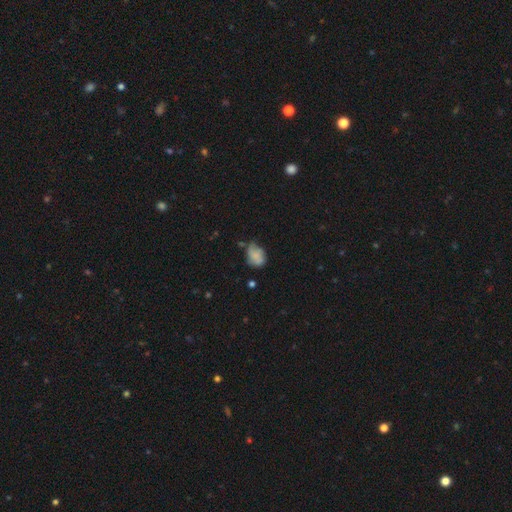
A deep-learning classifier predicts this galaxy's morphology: This is likely a smooth galaxy (61%). How rounded: likely in between (68%). Merging: marginally none (39%).